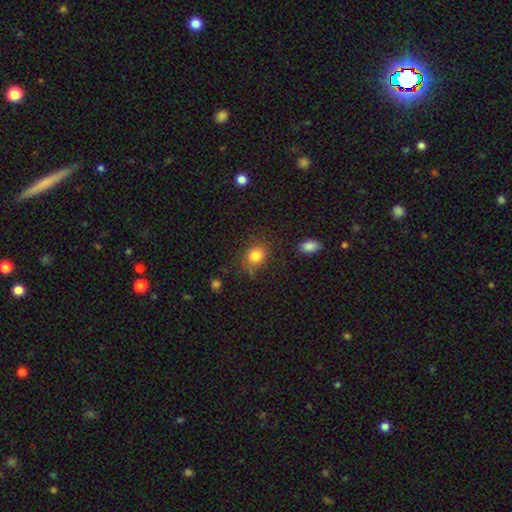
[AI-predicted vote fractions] This is clearly a smooth galaxy (83%). How rounded: likely round (64%). Merging: likely none (76%).